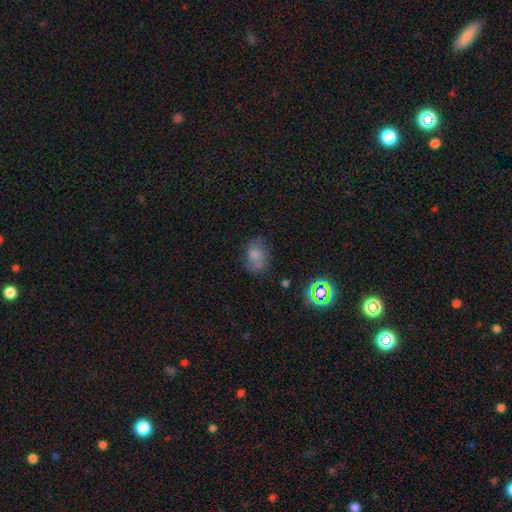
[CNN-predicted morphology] A smooth galaxy with no disk features (67%) that is in between round and cigar-shaped (72%). Merging: none (58%).